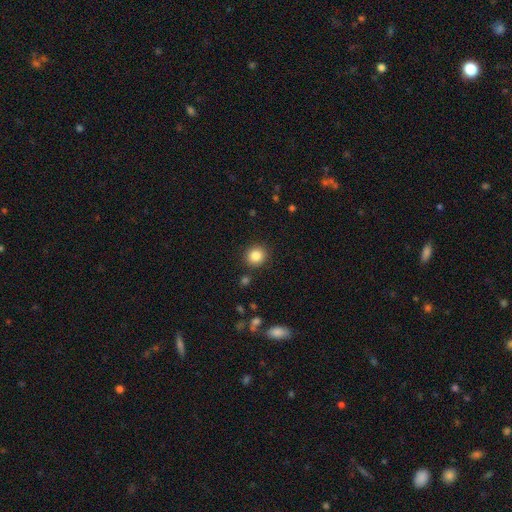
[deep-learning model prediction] Smooth or featured: smooth — 85% (star or artifact — 10%)
How rounded: round — 88% (in between — 11%)
Merging: none — 89% (minor disturbance — 7%)